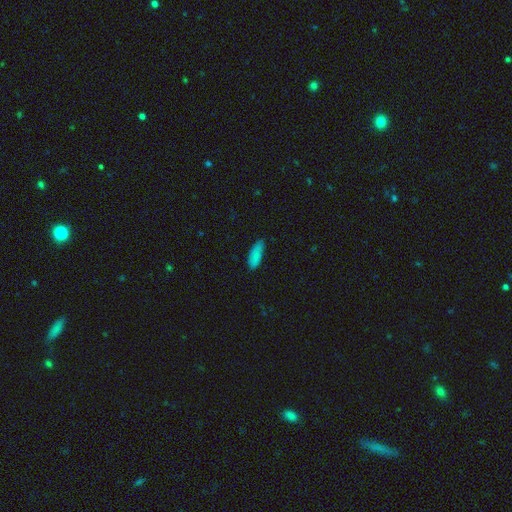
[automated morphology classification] Q: Smooth or featured?
A: smooth (86%); runner-up: star or artifact (8%)
Q: How rounded?
A: in between (61%); runner-up: cigar-shaped (37%)
Q: Merging?
A: none (74%); runner-up: minor disturbance (20%)